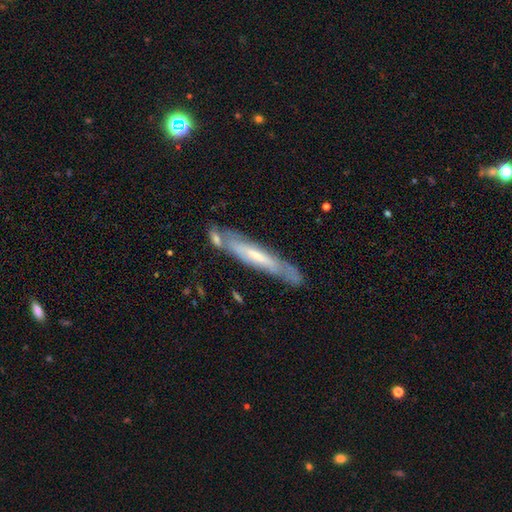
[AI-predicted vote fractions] smooth-or-featured: featured or disk: 62% | smooth: 32% | star or artifact: 6%
  disk-edge-on: yes: 65% | no: 35%
  merging: none: 68% | minor disturbance: 17% | merger: 9% | major disturbance: 5%